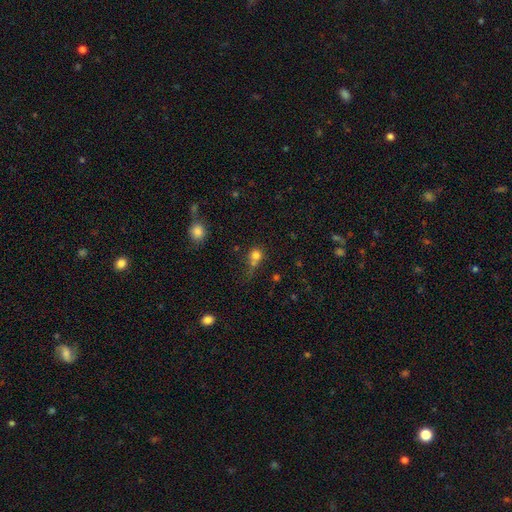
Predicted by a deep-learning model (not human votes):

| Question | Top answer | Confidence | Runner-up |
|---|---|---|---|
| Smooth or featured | smooth | 76% | star or artifact (14%) |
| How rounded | round | 85% | in between (13%) |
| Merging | none | 41% | merger (36%) |